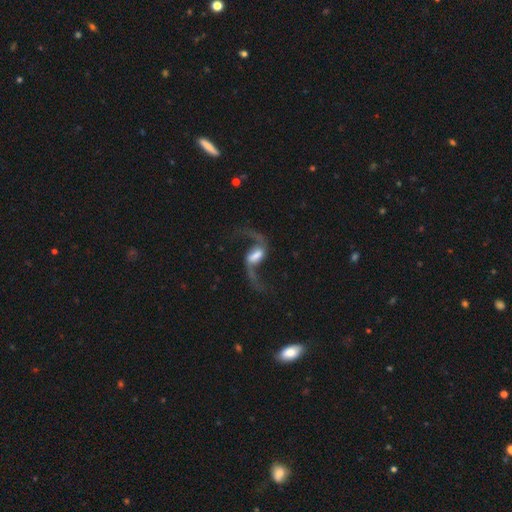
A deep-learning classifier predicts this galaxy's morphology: Smooth or featured? Predicted: featured or disk (p=0.88). Edge-on disk? Predicted: no (p=0.96). Bar? Predicted: weak (p=0.43). Spiral arms? Predicted: yes (p=0.97). Spiral winding? Predicted: loose (p=0.91). Spiral arm count? Predicted: 2 (p=0.94). Bulge size? Predicted: large (p=0.30). Merging? Predicted: none (p=0.72).